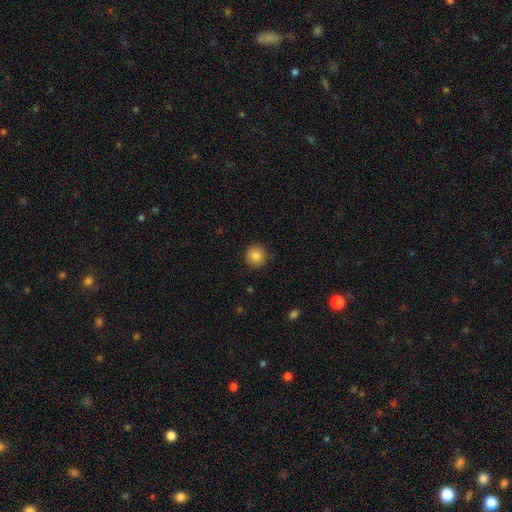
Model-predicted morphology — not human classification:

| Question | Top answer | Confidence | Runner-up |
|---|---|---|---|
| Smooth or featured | smooth | 84% | star or artifact (9%) |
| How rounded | round | 94% | in between (5%) |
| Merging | none | 88% | minor disturbance (8%) |